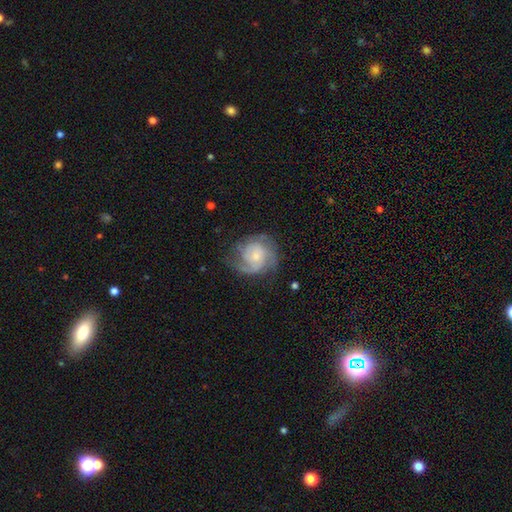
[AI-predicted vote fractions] This appears to be a featured or disk galaxy (79%) with no bar (72%), 2 (32%) tight (47%) spiral arms (94%) and a small central bulge (60%). Merging: none (64%).